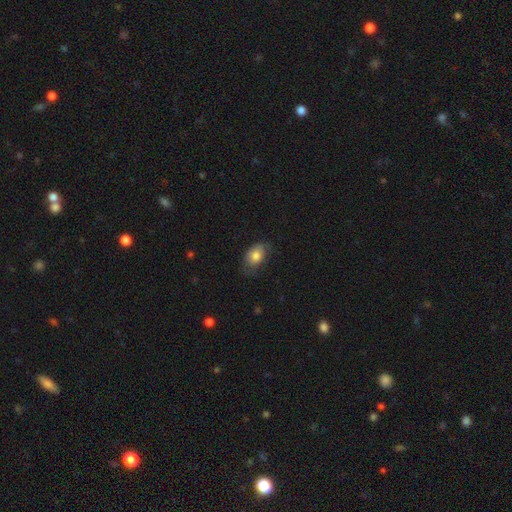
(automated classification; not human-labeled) This is likely a smooth galaxy (78%). How rounded: clearly in between (82%). Merging: possibly none (57%).